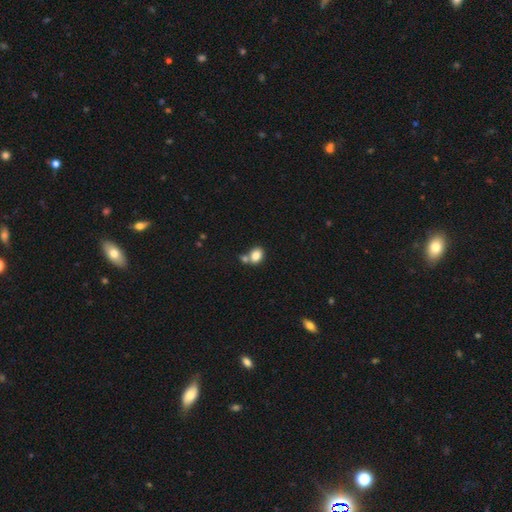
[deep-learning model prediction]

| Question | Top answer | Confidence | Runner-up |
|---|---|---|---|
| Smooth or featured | smooth | 83% | star or artifact (9%) |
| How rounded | in between | 63% | round (36%) |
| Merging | none | 52% | merger (33%) |